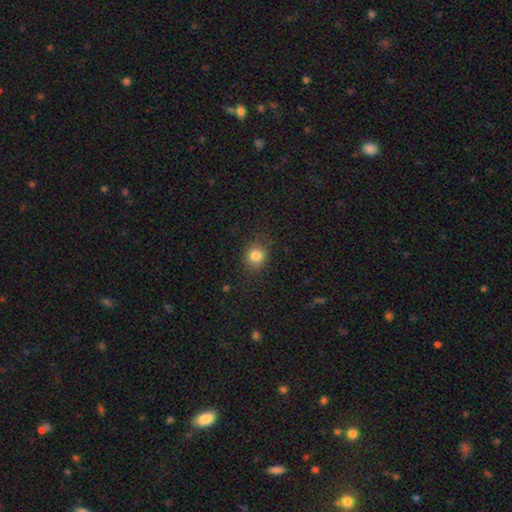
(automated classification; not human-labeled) Morphology: type=smooth (83%); roundness=round (81%); merging=none (83%).